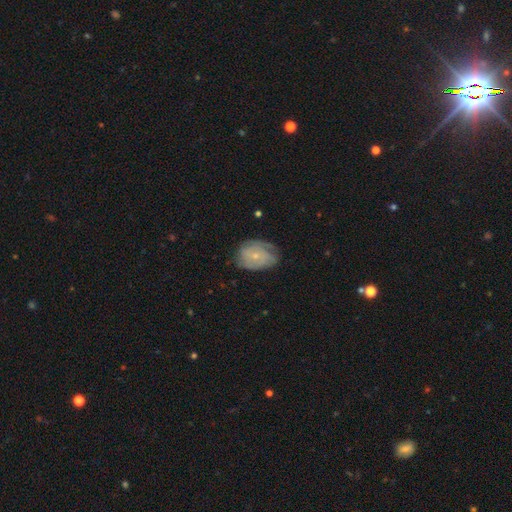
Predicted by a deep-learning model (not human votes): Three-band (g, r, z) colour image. It shows a featured or disk galaxy (60%) with no bar (77%), spiral arms (78%) and a small central bulge (72%). Merging: none (60%).